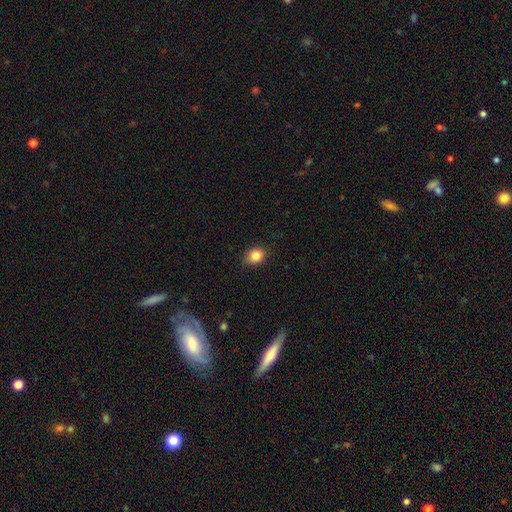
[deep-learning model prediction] Q: Smooth or featured?
A: smooth (85%); runner-up: star or artifact (10%)
Q: How rounded?
A: in between (52%); runner-up: round (47%)
Q: Merging?
A: none (87%); runner-up: minor disturbance (10%)